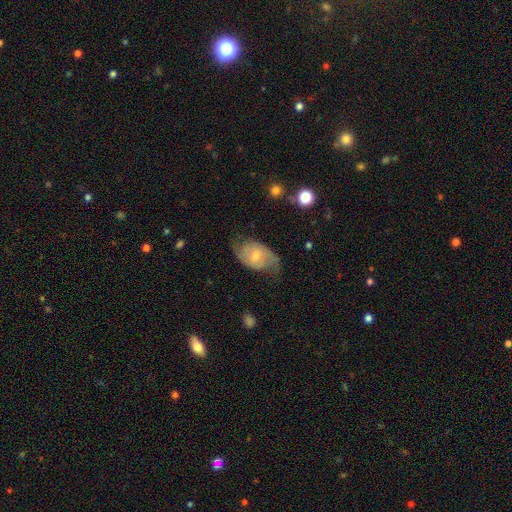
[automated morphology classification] featured or disk 69%, smooth 24%, star or artifact 7%. Down the decision tree: edge-on disk — no (96%); bar — no (50%); spiral arms — yes (89%); spiral arm count — 2 (82%); spiral winding — medium (41%); bulge size — moderate (49%); merging — none (62%).